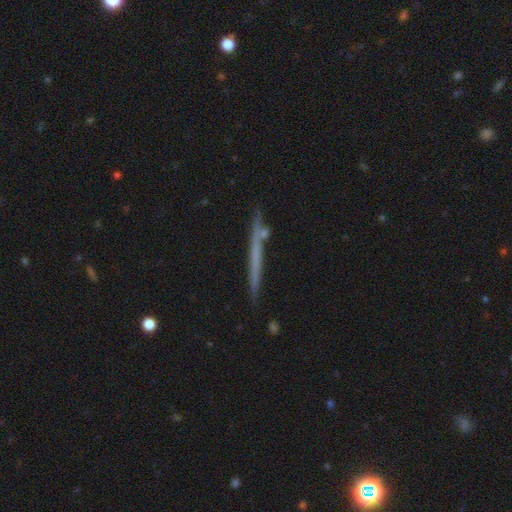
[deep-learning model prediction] This is possibly a featured or disk galaxy (50%). Merging: clearly none (83%).